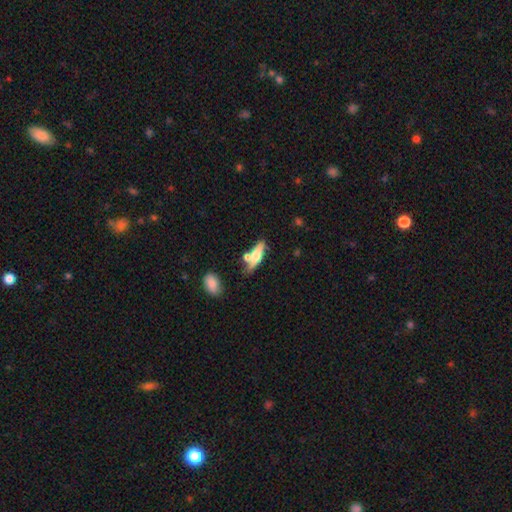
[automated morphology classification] Smooth or featured? Predicted: smooth (p=0.52). How rounded? Predicted: cigar-shaped (p=0.52). Merging? Predicted: none (p=0.54).